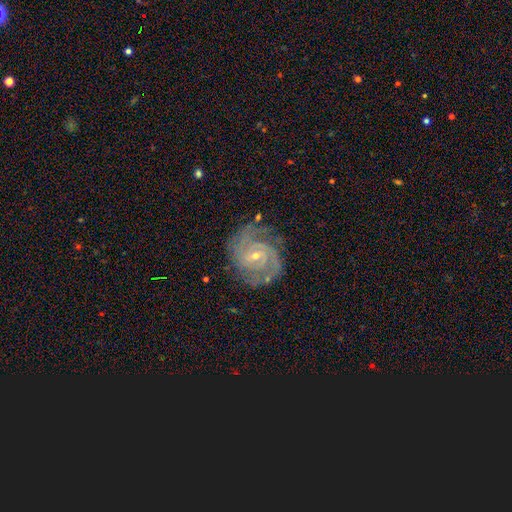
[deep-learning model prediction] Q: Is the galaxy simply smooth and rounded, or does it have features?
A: featured or disk — 90%.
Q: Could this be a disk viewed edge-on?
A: no — 98%.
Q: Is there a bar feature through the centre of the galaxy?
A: weak — 46%.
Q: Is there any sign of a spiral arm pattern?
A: yes — 98%.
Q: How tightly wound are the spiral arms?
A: tight — 59%.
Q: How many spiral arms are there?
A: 2 — 57%.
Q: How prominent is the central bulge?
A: small — 71%.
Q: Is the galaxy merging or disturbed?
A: none — 74%.